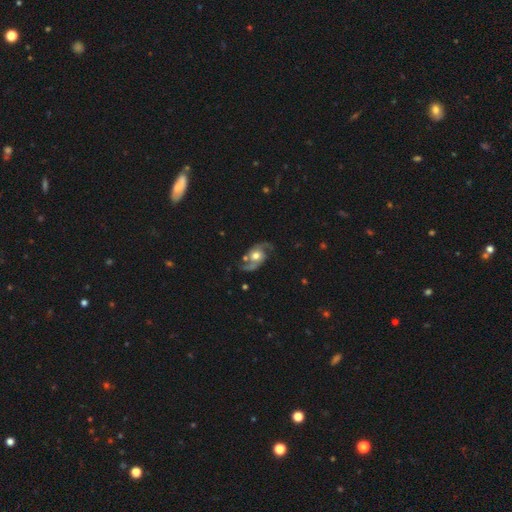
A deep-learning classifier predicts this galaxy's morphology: A featured or disk galaxy (86%) with no bar (72%), 2 (94%) loose (57%) spiral arms (95%) and a moderate central bulge (66%). Merging: none (72%).